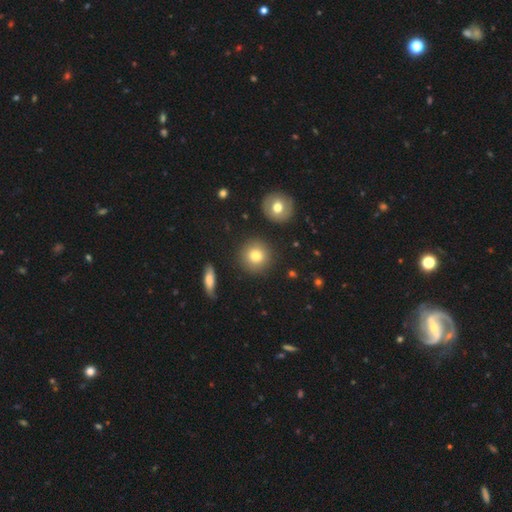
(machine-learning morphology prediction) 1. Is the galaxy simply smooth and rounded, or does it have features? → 80% smooth, 10% featured or disk, 10% star or artifact.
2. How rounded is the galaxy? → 92% round, 6% in between, 1% cigar-shaped.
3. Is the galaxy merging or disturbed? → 87% none, 7% minor disturbance, 3% merger, 3% major disturbance.